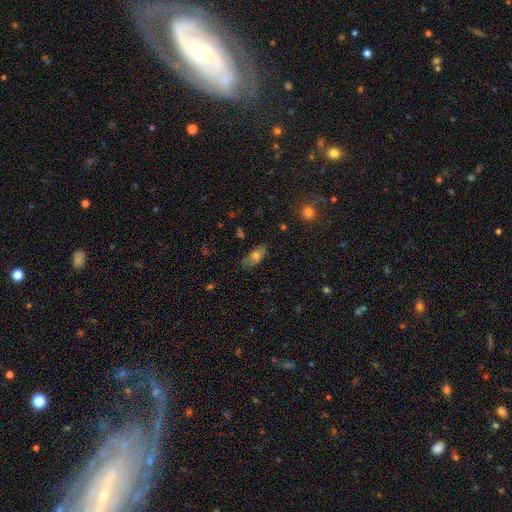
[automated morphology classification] This appears to be a smooth galaxy with no disk features (70%) that is in between round and cigar-shaped (85%). Merging: none (77%).